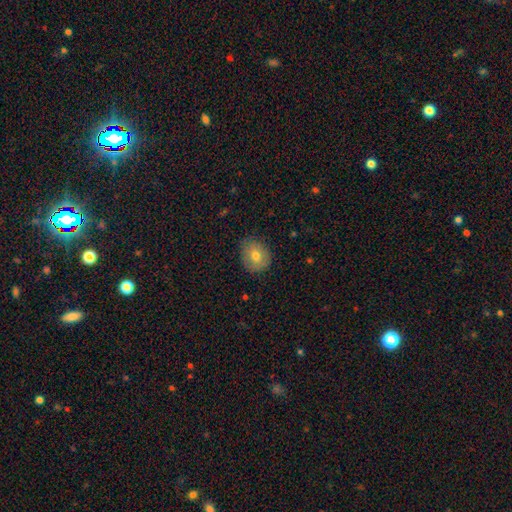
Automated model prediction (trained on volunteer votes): Morphology: type=smooth (73%); roundness=round (67%); merging=none (80%).